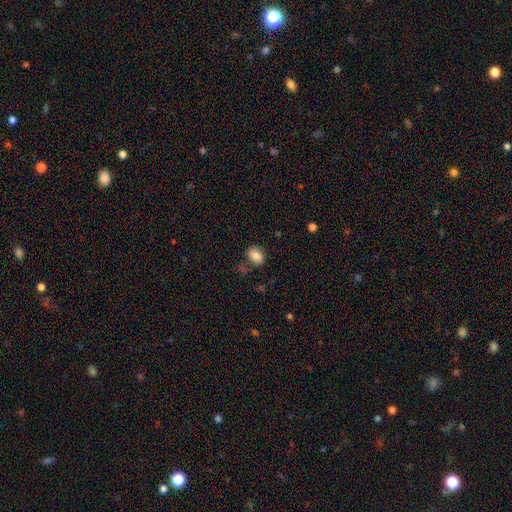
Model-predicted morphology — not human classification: Overall: smooth (83%). How rounded: in between (68%; round 31%). Merging: none (71%).